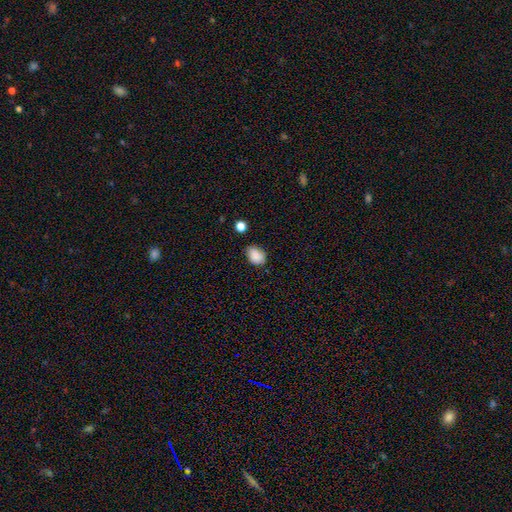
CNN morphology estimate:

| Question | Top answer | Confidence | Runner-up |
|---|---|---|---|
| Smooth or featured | smooth | 87% | star or artifact (8%) |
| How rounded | in between | 73% | round (26%) |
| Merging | none | 70% | minor disturbance (22%) |